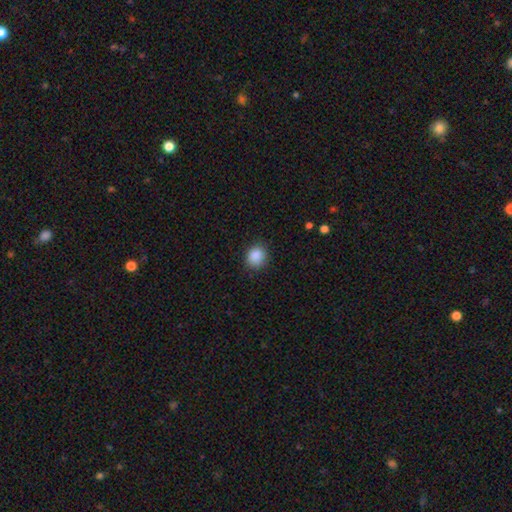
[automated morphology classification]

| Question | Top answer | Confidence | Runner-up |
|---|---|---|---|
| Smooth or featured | smooth | 88% | star or artifact (9%) |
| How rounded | round | 77% | in between (23%) |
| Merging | none | 86% | minor disturbance (11%) |